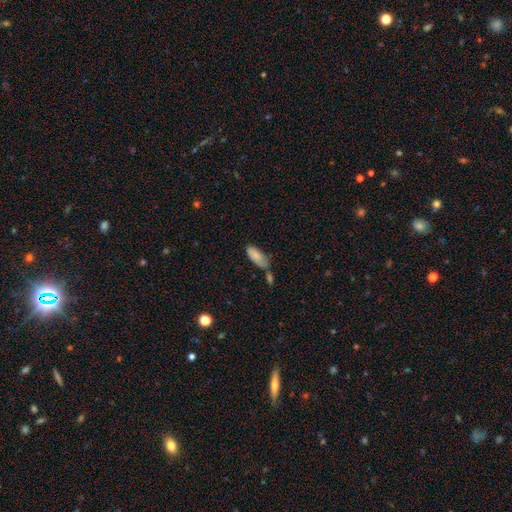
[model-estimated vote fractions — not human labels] Q: Smooth or featured?
A: smooth (83%); runner-up: featured or disk (10%)
Q: How rounded?
A: in between (80%); runner-up: cigar-shaped (18%)
Q: Merging?
A: none (38%); runner-up: minor disturbance (26%)